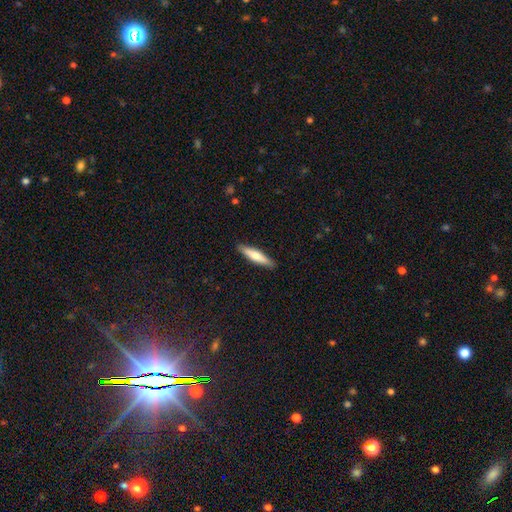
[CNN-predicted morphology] This is likely a smooth galaxy (61%). How rounded: clearly cigar-shaped (84%). Merging: clearly none (90%).